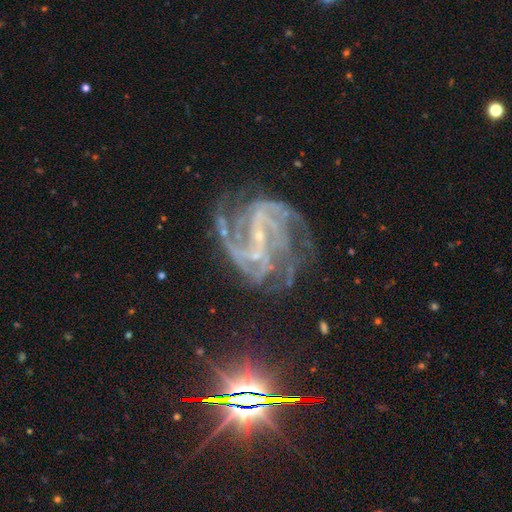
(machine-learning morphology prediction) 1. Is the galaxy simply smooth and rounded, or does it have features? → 90% featured or disk, 7% star or artifact, 3% smooth.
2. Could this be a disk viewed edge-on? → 98% no, 2% yes.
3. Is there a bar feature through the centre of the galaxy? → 38% strong, 37% weak, 25% no.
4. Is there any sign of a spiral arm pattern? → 98% yes, 2% no.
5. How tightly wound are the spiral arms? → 50% medium, 37% tight, 13% loose.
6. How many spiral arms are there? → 30% 2, 23% 3, 15% can't tell, 14% 4, 9% more than 4, 8% 1.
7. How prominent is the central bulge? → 85% small, 8% moderate, 5% none, 1% large, 1% dominant.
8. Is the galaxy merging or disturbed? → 55% none, 21% minor disturbance, 20% major disturbance, 4% merger.